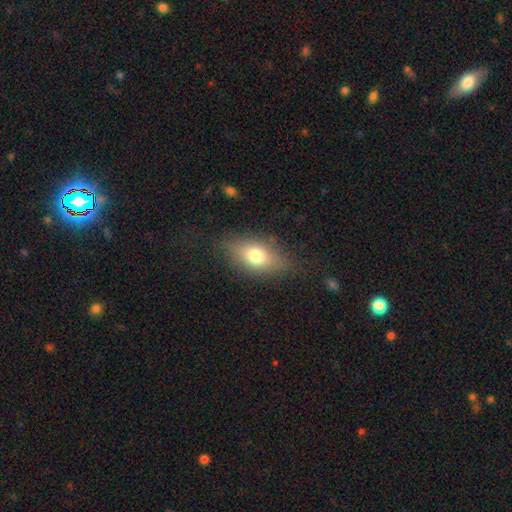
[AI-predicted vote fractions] A smooth galaxy with no disk features (73%) that is in between round and cigar-shaped (81%).

Vote fractions:
- Smooth or featured? smooth: 73% / featured or disk: 17% / star or artifact: 10%
- How rounded? in between: 81% / round: 12% / cigar-shaped: 7%
- Merging? none: 76% / minor disturbance: 16% / major disturbance: 6% / merger: 1%